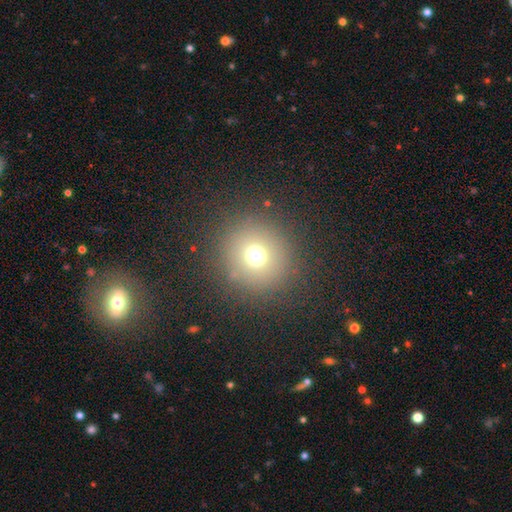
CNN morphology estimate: This appears to be a smooth galaxy with no disk features (70%) that is round (93%). Merging: none (88%).